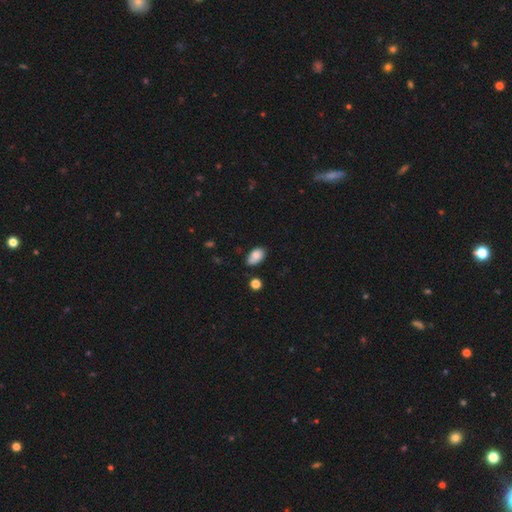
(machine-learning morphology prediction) A smooth galaxy with no disk features (83%) that is in between round and cigar-shaped (93%).

Vote fractions:
- Smooth or featured? smooth: 83% / featured or disk: 9% / star or artifact: 8%
- How rounded? in between: 93% / round: 6% / cigar-shaped: 2%
- Merging? none: 68% / minor disturbance: 25% / major disturbance: 4% / merger: 3%